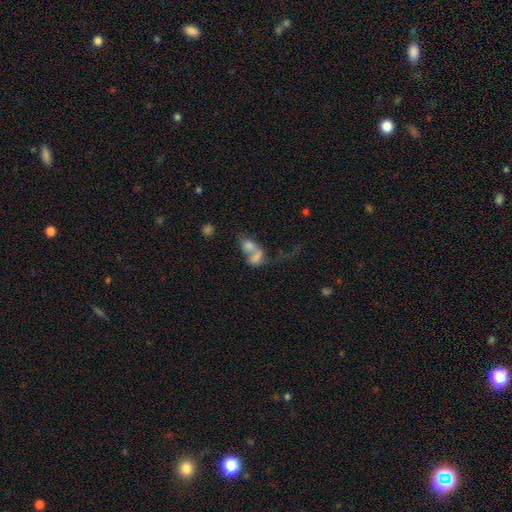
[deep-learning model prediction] Smooth or featured? Predicted: smooth (p=0.63). How rounded? Predicted: in between (p=0.71). Merging? Predicted: merger (p=0.73).